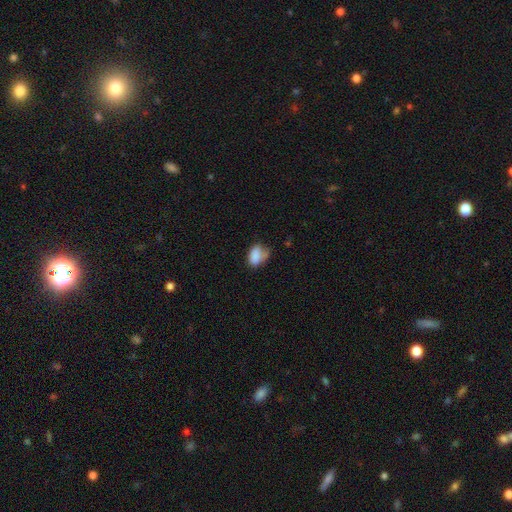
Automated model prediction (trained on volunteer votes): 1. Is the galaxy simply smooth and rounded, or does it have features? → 83% smooth, 9% star or artifact, 8% featured or disk.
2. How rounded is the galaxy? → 83% in between, 15% round, 2% cigar-shaped.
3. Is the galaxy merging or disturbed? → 42% none, 36% minor disturbance, 15% major disturbance, 8% merger.